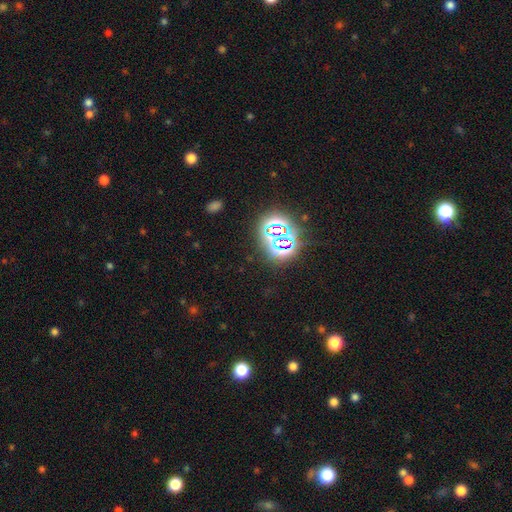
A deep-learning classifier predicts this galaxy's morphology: smooth_or_featured: star or artifact (p=0.68) [alt: smooth p=0.23]